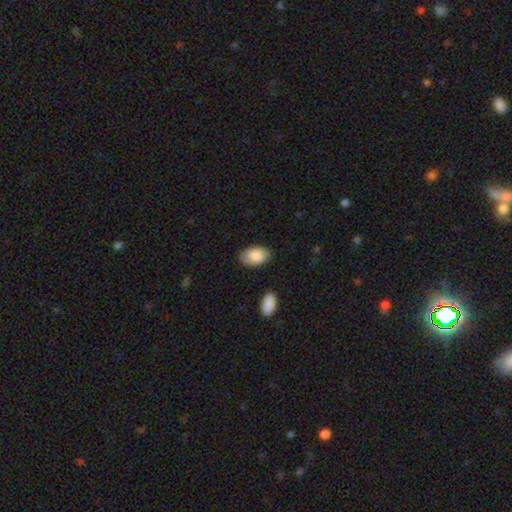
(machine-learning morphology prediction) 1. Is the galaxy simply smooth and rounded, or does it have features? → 85% smooth, 9% featured or disk, 6% star or artifact.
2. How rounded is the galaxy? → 93% in between, 5% round, 1% cigar-shaped.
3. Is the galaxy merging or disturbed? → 83% none, 13% minor disturbance, 3% major disturbance, 2% merger.